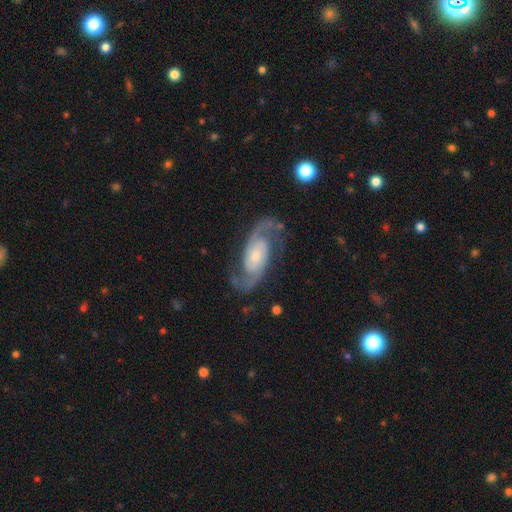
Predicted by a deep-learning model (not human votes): Smooth or featured? featured or disk (92%)
Edge-on disk? no (97%)
Bar? no (52%)
Spiral arms? yes (98%)
Spiral winding? medium (56%)
Spiral arm count? 2 (94%)
Bulge size? moderate (44%)
Merging? none (78%)